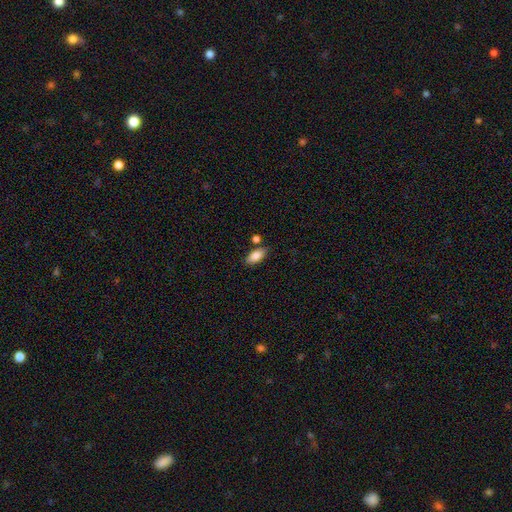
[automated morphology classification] This is clearly a smooth galaxy (86%). How rounded: clearly in between (89%). Merging: likely none (77%).